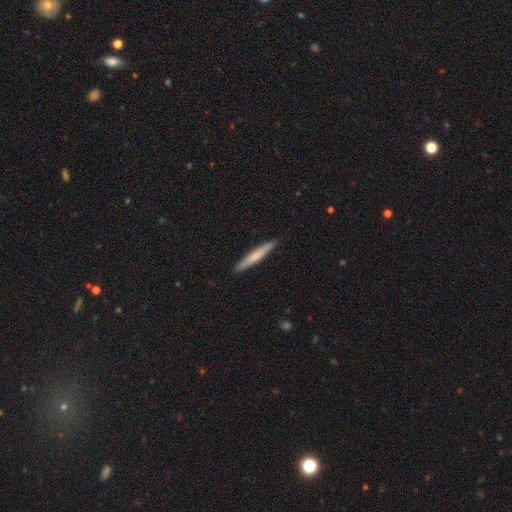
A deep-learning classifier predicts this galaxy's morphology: This appears to be a smooth galaxy with no disk features (66%) that is cigar-shaped (96%). Merging: none (91%).